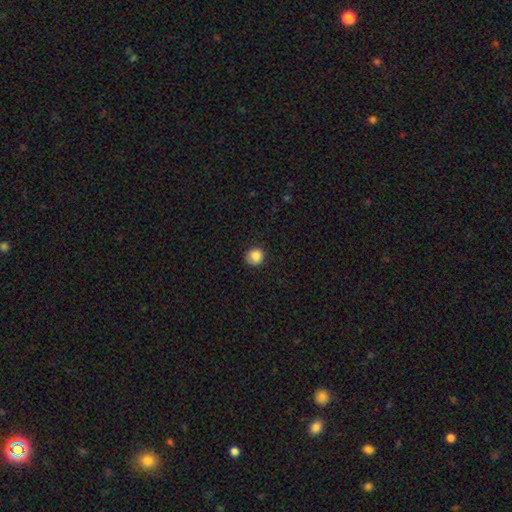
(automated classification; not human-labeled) smooth_or_featured: smooth (p=0.85) [alt: star or artifact p=0.10]
how_rounded: round (p=0.91) [alt: in between p=0.08]
merging: none (p=0.84) [alt: minor disturbance p=0.12]